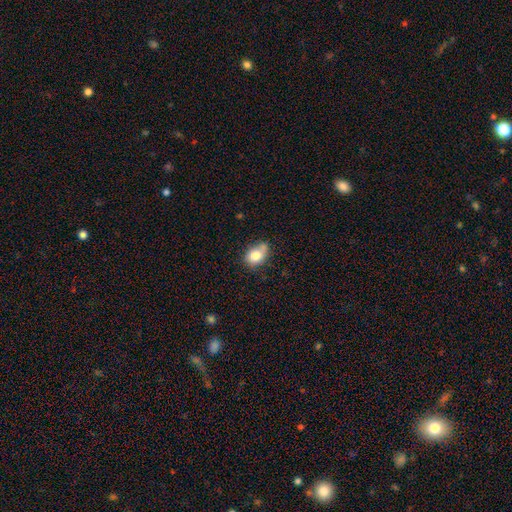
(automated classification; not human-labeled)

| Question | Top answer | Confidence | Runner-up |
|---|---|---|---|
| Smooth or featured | smooth | 79% | featured or disk (11%) |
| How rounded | in between | 66% | round (33%) |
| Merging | none | 52% | minor disturbance (27%) |